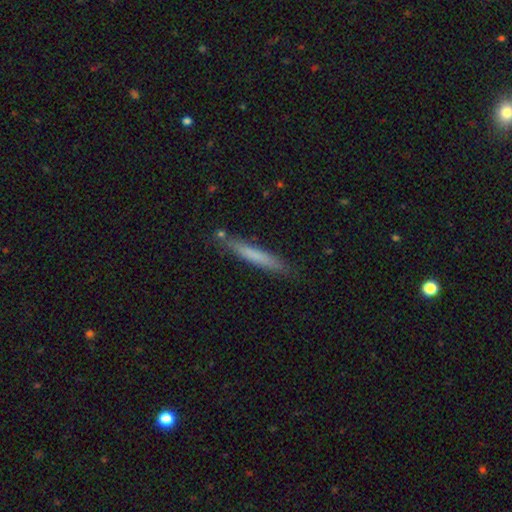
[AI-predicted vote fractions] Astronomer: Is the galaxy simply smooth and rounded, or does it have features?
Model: smooth — 71%.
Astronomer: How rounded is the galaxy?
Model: cigar-shaped — 95%.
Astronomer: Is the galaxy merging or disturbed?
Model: none — 82%.